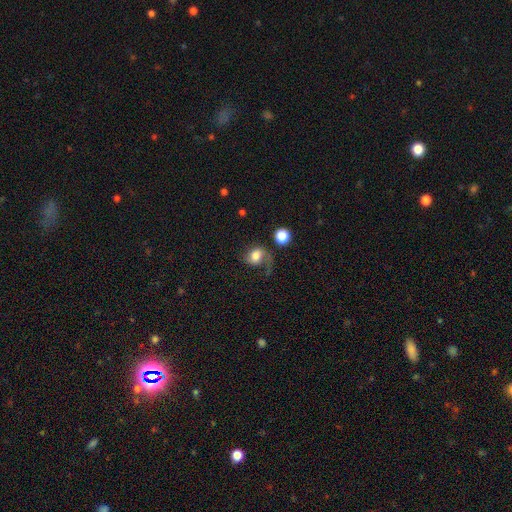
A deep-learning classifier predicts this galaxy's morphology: A smooth galaxy with no disk features (60%) that is round (55%).

Vote fractions:
- Smooth or featured? smooth: 60% / featured or disk: 30% / star or artifact: 10%
- How rounded? round: 55% / in between: 44% / cigar-shaped: 1%
- Merging? major disturbance: 40% / none: 32% / minor disturbance: 19% / merger: 9%